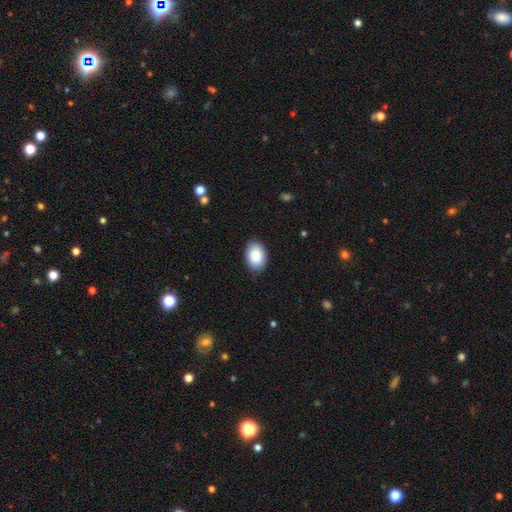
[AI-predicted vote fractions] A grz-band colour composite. It shows a smooth galaxy with no disk features (88%) that is in between round and cigar-shaped (87%). Merging: none (85%).